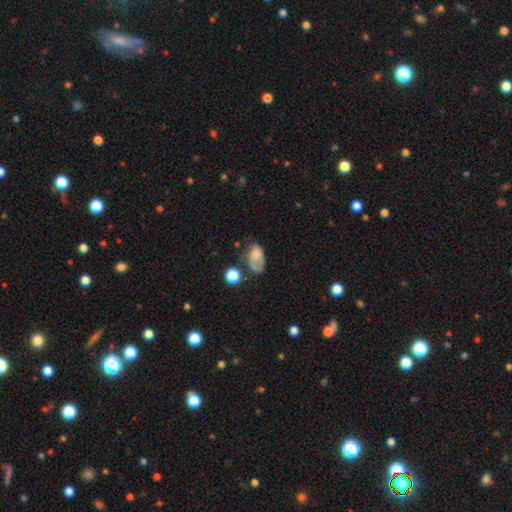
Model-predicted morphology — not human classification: smooth-or-featured: smooth: 59% | featured or disk: 30% | star or artifact: 11%
  how-rounded: in between: 85% | round: 13% | cigar-shaped: 2%
  merging: none: 32% | major disturbance: 29% | minor disturbance: 29% | merger: 11%